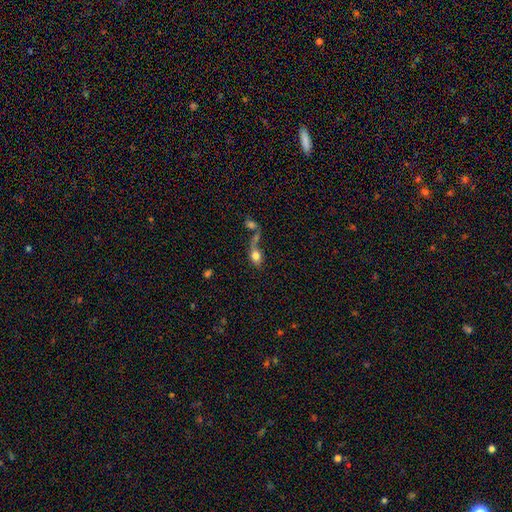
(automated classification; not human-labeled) A smooth galaxy with no disk features (74%) that is in between round and cigar-shaped (71%). Merging: merger (48%).